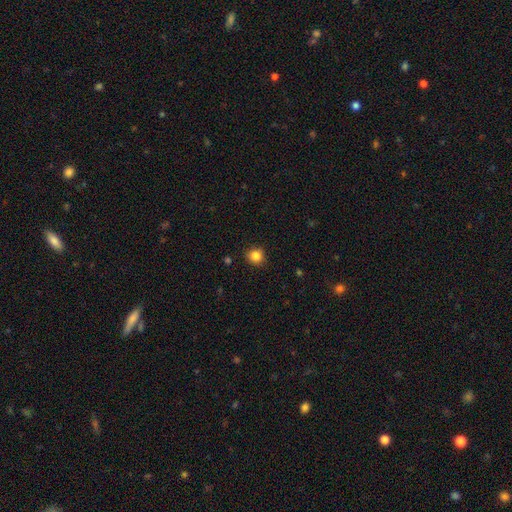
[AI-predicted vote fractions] Q: Smooth or featured?
A: smooth (85%); runner-up: star or artifact (11%)
Q: How rounded?
A: round (88%); runner-up: in between (11%)
Q: Merging?
A: none (89%); runner-up: minor disturbance (8%)